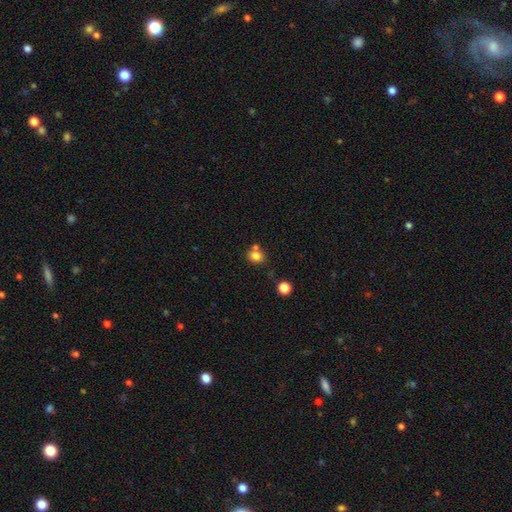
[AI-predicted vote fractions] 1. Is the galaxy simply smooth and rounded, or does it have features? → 80% smooth, 12% star or artifact, 8% featured or disk.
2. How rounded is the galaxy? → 65% round, 34% in between, 1% cigar-shaped.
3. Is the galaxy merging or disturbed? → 57% none, 27% merger, 12% minor disturbance, 4% major disturbance.